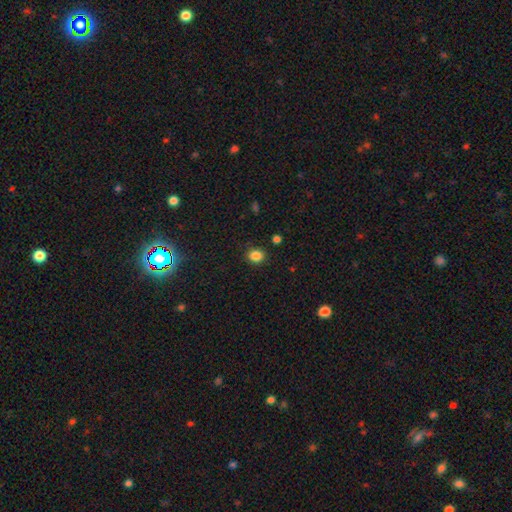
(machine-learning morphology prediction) A smooth galaxy with no disk features (85%) that is round (70%).

Vote fractions:
- Smooth or featured? smooth: 85% / star or artifact: 12% / featured or disk: 4%
- How rounded? round: 70% / in between: 29% / cigar-shaped: 1%
- Merging? none: 86% / minor disturbance: 9% / major disturbance: 3% / merger: 2%